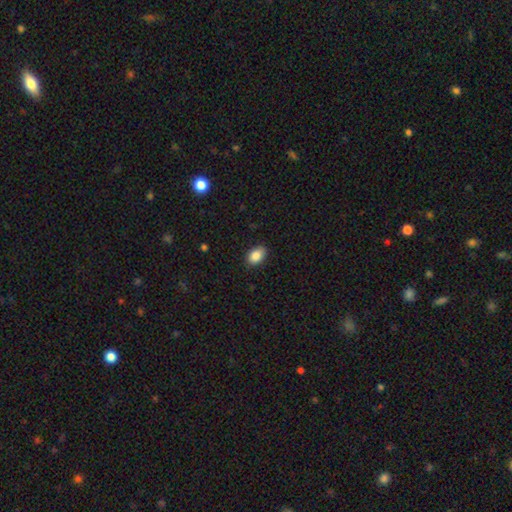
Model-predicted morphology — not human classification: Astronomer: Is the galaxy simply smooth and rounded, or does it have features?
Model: smooth — 87%.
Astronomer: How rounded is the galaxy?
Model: in between — 86%.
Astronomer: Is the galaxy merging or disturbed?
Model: none — 86%.